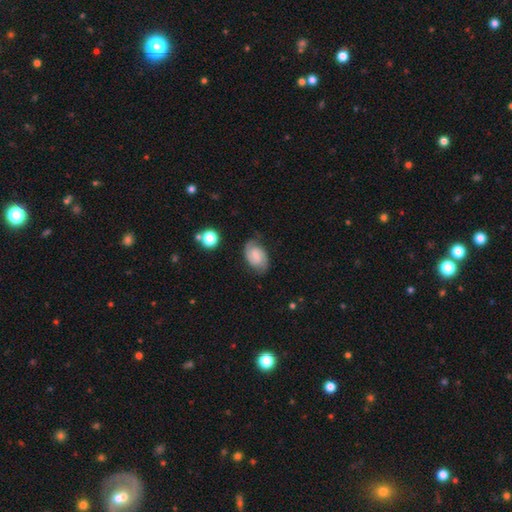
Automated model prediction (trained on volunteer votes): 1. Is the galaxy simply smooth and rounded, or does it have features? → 72% featured or disk, 21% smooth, 7% star or artifact.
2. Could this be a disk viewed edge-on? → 97% no, 3% yes.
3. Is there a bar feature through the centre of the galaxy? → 55% weak, 31% no, 15% strong.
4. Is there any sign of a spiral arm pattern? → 95% yes, 5% no.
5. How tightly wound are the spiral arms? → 45% medium, 41% tight, 14% loose.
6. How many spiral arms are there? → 87% 2, 7% can't tell, 2% 3, 2% 1, 1% 4, 1% more than 4.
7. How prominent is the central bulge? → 49% small, 30% moderate, 17% none, 3% large, 1% dominant.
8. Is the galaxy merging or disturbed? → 77% none, 17% minor disturbance, 5% major disturbance, 2% merger.